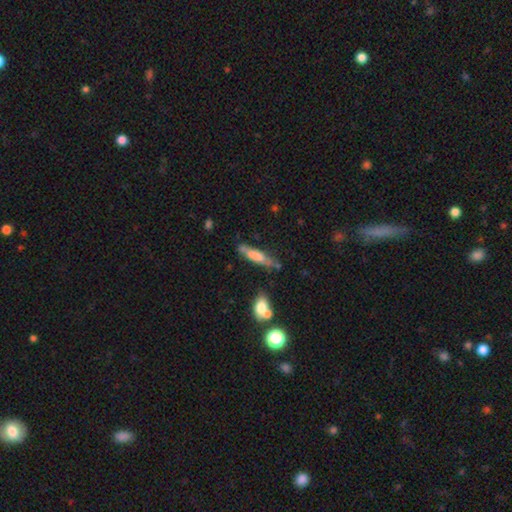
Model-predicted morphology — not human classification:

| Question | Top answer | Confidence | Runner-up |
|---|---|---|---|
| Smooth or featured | smooth | 66% | featured or disk (27%) |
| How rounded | cigar-shaped | 76% | in between (22%) |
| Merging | none | 62% | minor disturbance (23%) |